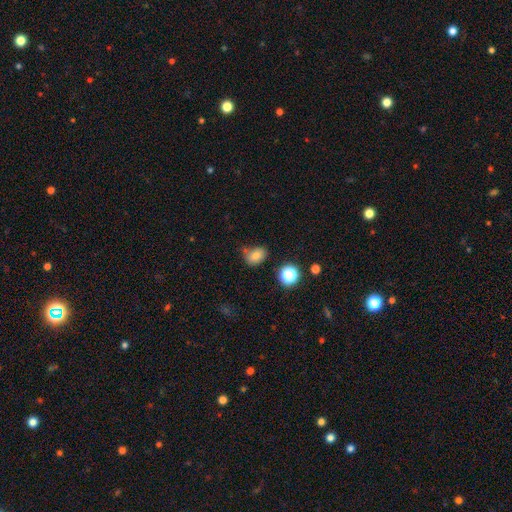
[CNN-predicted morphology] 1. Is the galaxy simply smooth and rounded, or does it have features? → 76% smooth, 15% star or artifact, 9% featured or disk.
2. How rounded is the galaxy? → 61% in between, 38% round, 1% cigar-shaped.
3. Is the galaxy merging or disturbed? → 58% none, 27% minor disturbance, 8% merger, 8% major disturbance.